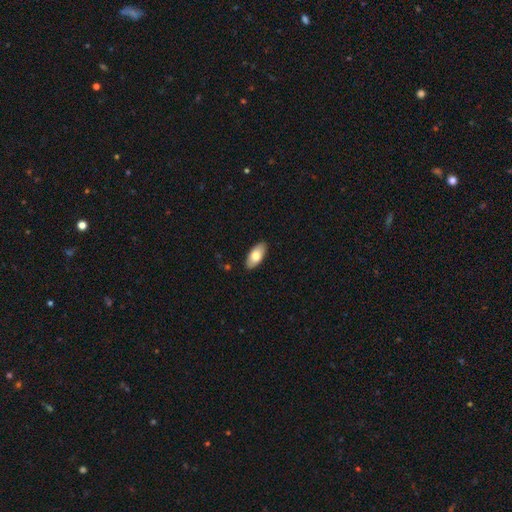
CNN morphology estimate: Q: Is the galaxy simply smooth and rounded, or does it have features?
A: smooth — 76%.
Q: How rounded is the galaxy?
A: in between — 91%.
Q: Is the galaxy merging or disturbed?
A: none — 89%.